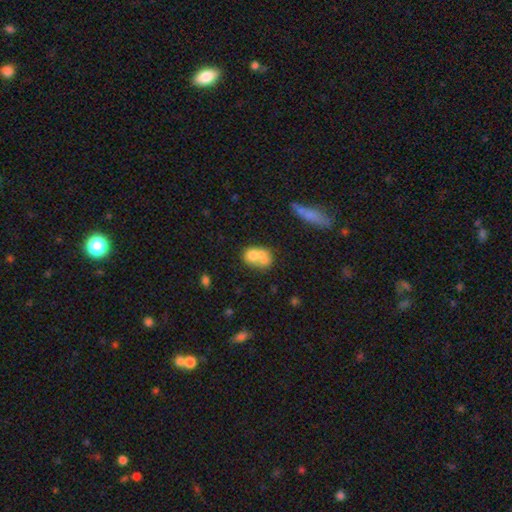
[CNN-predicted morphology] A smooth galaxy with no disk features (61%) that is in between round and cigar-shaped (54%).

Vote fractions:
- Smooth or featured? smooth: 61% / featured or disk: 28% / star or artifact: 11%
- How rounded? in between: 54% / round: 44% / cigar-shaped: 2%
- Merging? merger: 58% / none: 25% / minor disturbance: 10% / major disturbance: 7%